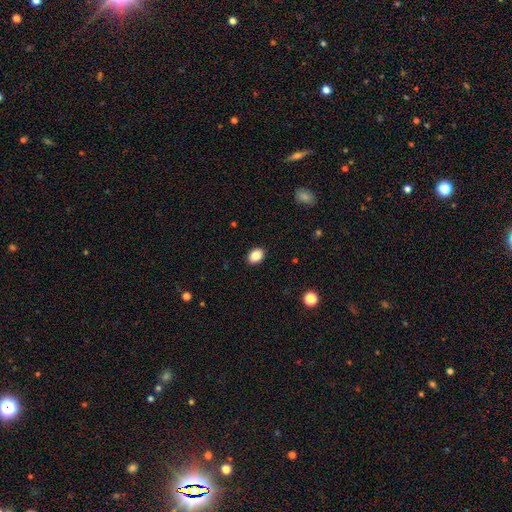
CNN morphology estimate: Smooth or featured? Predicted: smooth (p=0.87). How rounded? Predicted: in between (p=0.71). Merging? Predicted: none (p=0.90).